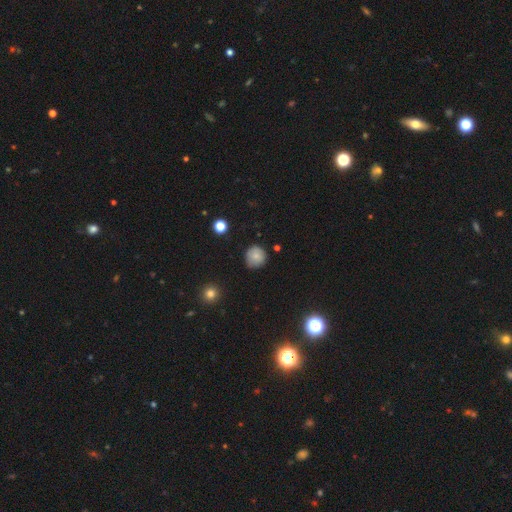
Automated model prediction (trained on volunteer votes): smooth_or_featured: smooth (p=0.81) [alt: star or artifact p=0.10]
how_rounded: round (p=0.91) [alt: in between p=0.08]
merging: none (p=0.79) [alt: minor disturbance p=0.16]